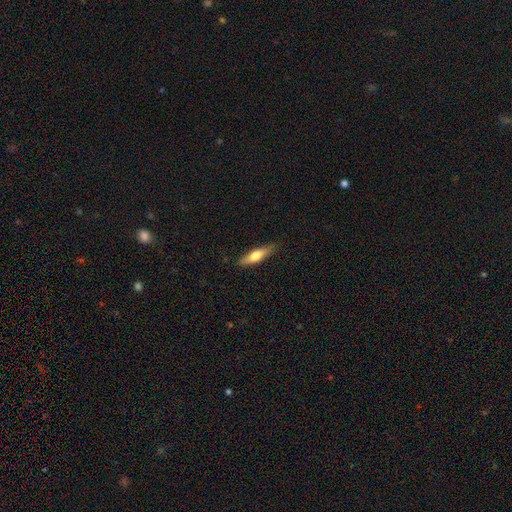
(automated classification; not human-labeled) The model was most divided on "smooth or featured": smooth: 55%, featured or disk: 39%, star or artifact: 6%. More confident: merging — none (85%); how rounded — cigar-shaped (73%).